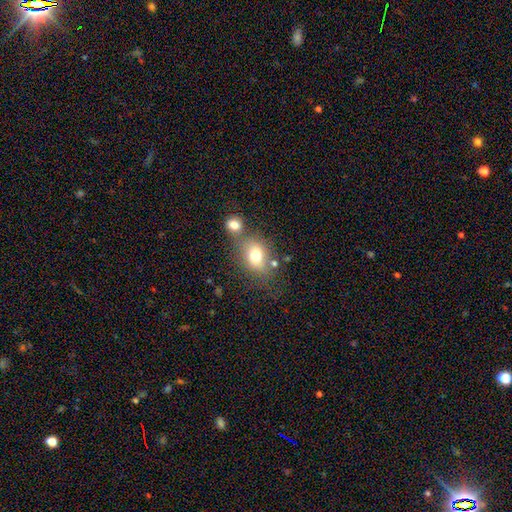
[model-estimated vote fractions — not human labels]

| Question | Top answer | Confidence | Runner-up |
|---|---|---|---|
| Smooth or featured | smooth | 73% | featured or disk (16%) |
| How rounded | in between | 62% | round (36%) |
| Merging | none | 50% | merger (29%) |